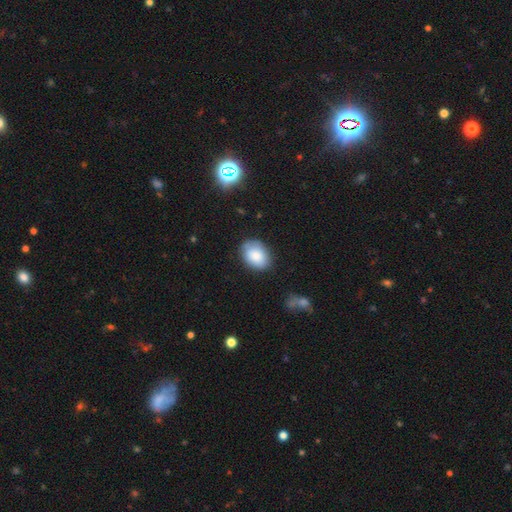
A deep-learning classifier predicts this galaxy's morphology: The model was most divided on "how rounded": in between: 70%, round: 29%, cigar-shaped: 1%. More confident: smooth or featured — smooth (81%); merging — none (76%).